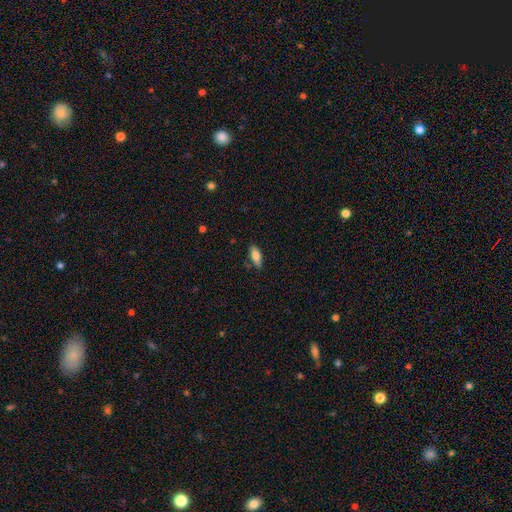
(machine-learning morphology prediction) Smooth or featured? smooth (77%)
How rounded? in between (76%)
Merging? none (81%)